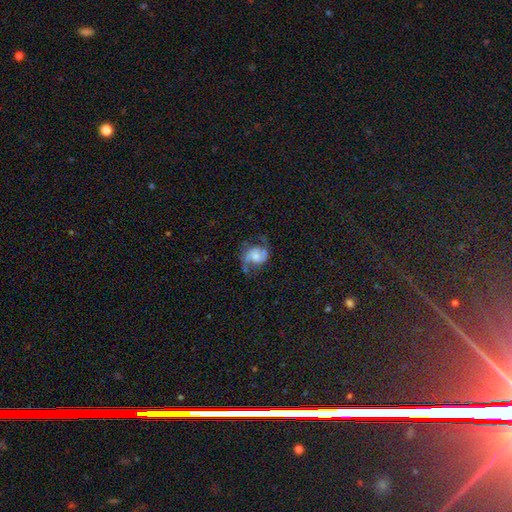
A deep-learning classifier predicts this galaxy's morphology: smooth-or-featured: featured or disk: 66% | smooth: 25% | star or artifact: 9%
  disk-edge-on: no: 97% | yes: 3%
    bar: no: 67% | weak: 27% | strong: 6%
    has-spiral-arms: yes: 86% | no: 14%
      spiral-winding: medium: 45% | loose: 38% | tight: 16%
      spiral-arm-count: 2: 85% | can't tell: 6% | 1: 5% | 3: 1% | 4: 1% | more than 4: 1%
    bulge-size: moderate: 47% | small: 28% | large: 15% | none: 8% | dominant: 3%
  merging: none: 54% | minor disturbance: 24% | major disturbance: 19% | merger: 3%